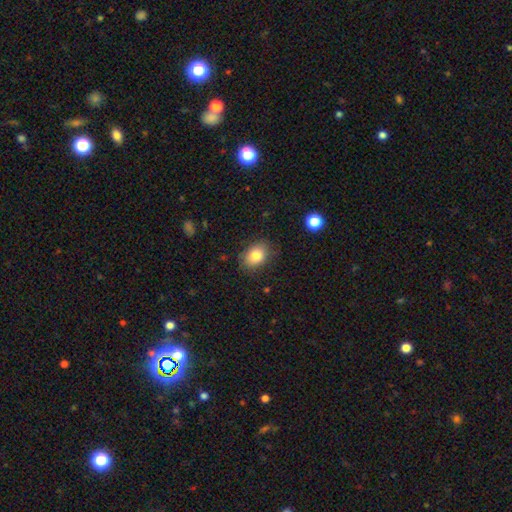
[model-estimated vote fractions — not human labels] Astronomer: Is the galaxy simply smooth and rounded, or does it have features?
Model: smooth — 82%.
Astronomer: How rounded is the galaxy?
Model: in between — 66%.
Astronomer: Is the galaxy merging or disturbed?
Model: none — 81%.